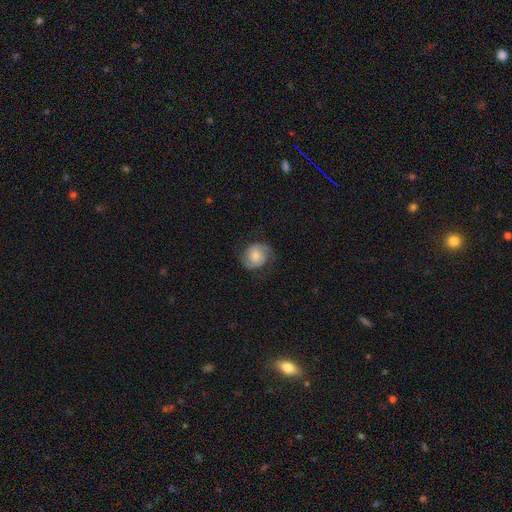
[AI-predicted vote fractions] Smooth or featured: featured or disk — 52% (smooth — 40%)
Edge-on disk: no — 98% (yes — 2%)
Bar: no — 63% (weak — 31%)
Spiral arms: yes — 90% (no — 10%)
Bulge size: moderate — 43% (small — 34%)
Merging: none — 73% (minor disturbance — 17%)